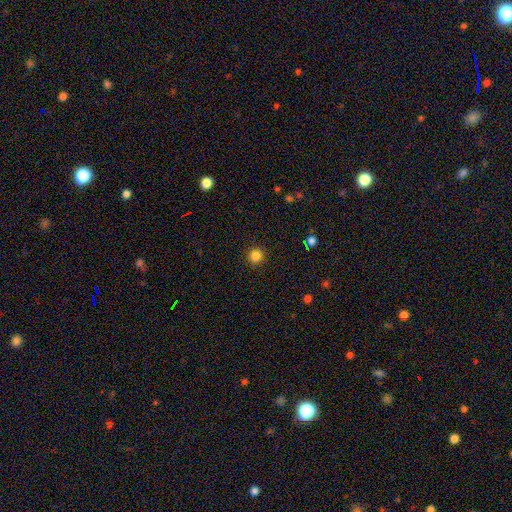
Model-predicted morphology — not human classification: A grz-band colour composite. It shows a smooth galaxy with no disk features (84%) that is round (94%). Merging: none (92%).